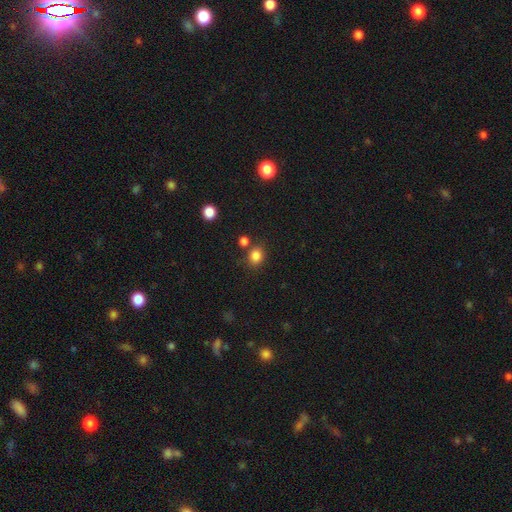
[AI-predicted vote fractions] This appears to be a smooth galaxy with no disk features (83%) that is round (65%). Merging: none (74%).